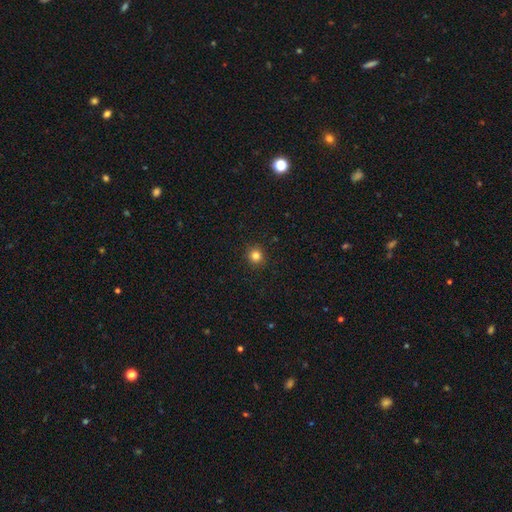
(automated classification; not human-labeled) This is clearly a smooth galaxy (82%). How rounded: clearly round (93%). Merging: clearly none (92%).